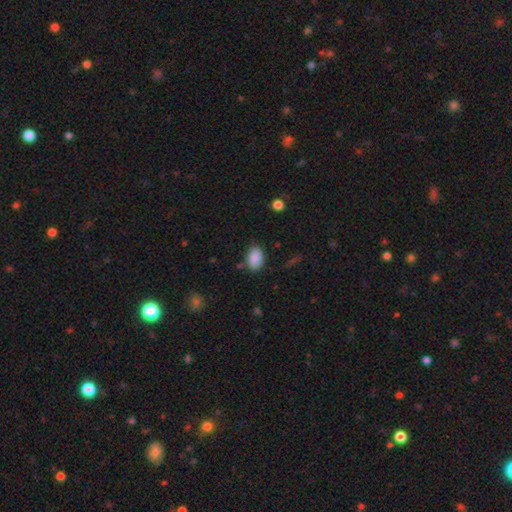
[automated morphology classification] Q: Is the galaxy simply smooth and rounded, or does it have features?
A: smooth — 89%.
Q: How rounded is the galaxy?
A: in between — 89%.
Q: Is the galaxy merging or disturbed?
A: none — 78%.